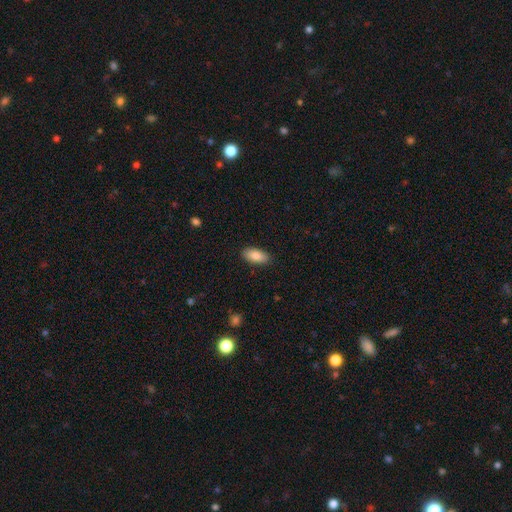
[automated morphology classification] Overall: smooth (88%). How rounded: in between (91%). Merging: none (88%).